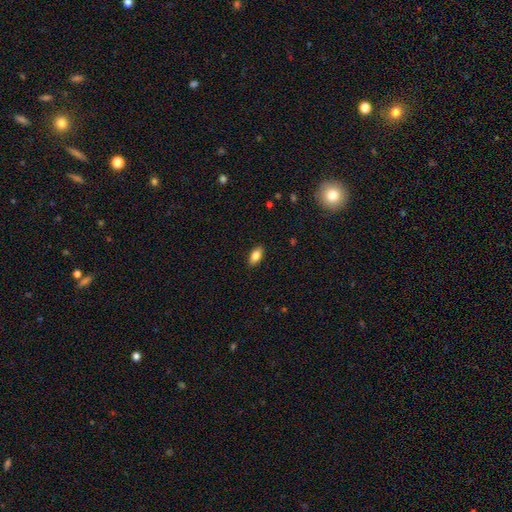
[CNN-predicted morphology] Smooth or featured: smooth — 83% (featured or disk — 9%)
How rounded: in between — 89% (cigar-shaped — 7%)
Merging: none — 88% (minor disturbance — 9%)